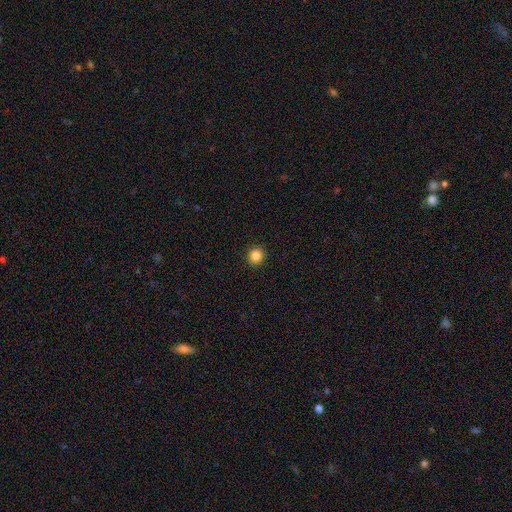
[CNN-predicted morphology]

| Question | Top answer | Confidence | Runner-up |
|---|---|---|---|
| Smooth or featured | smooth | 85% | star or artifact (11%) |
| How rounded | round | 90% | in between (9%) |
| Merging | none | 92% | minor disturbance (5%) |